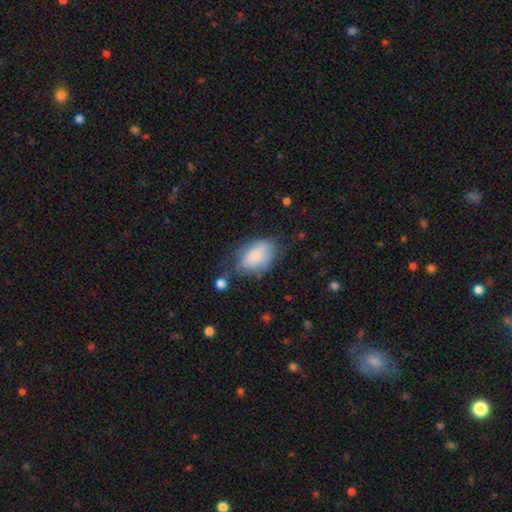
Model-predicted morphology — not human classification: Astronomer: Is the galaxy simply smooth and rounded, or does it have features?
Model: smooth — 79%.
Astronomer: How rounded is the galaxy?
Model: in between — 90%.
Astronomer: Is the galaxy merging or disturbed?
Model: none — 43% (runner-up: minor disturbance, 34%).